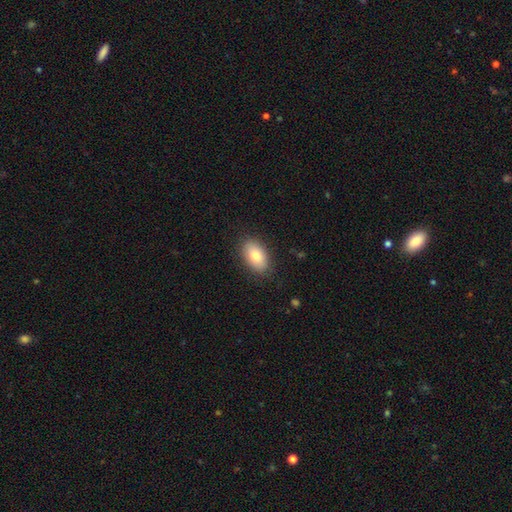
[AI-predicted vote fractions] smooth 81%, featured or disk 12%, star or artifact 7%. Down the decision tree: how rounded — in between (92%); merging — none (86%).